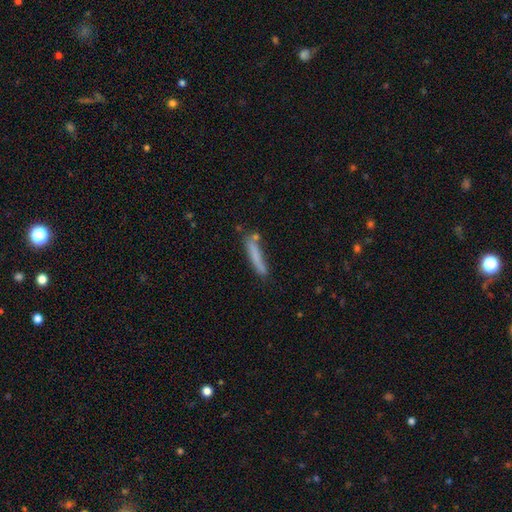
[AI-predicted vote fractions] A smooth galaxy with no disk features (74%) that is cigar-shaped (92%). Merging: none (71%).